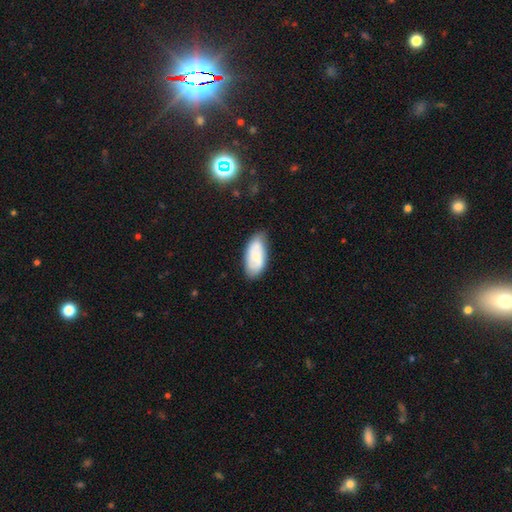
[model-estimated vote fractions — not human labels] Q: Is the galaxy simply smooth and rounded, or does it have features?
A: smooth — 57%.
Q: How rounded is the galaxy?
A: in between — 91%.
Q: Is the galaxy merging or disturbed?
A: none — 68%.